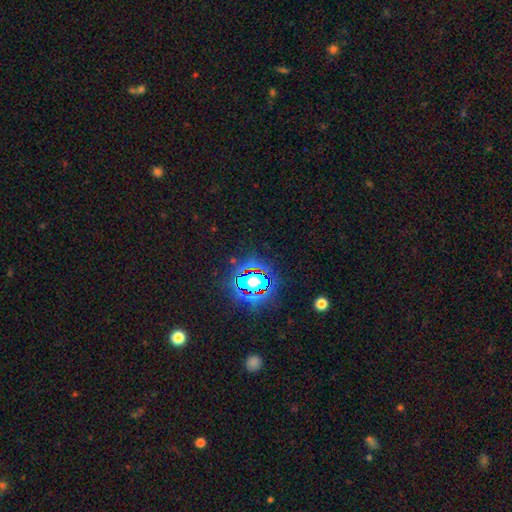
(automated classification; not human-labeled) star or artifact 82%, smooth 11%, featured or disk 7%.